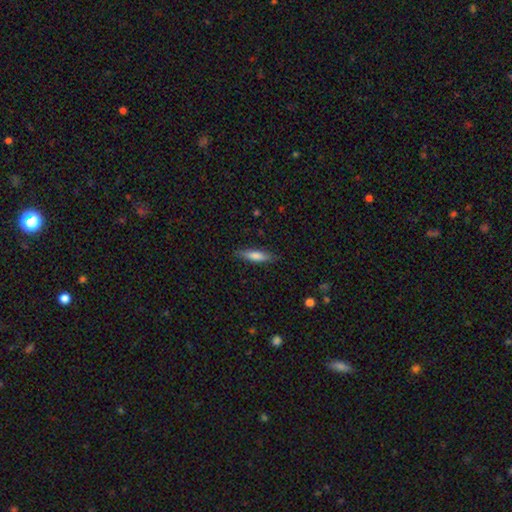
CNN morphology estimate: Overall: smooth (68%). How rounded: cigar-shaped (73%). Merging: none (86%).